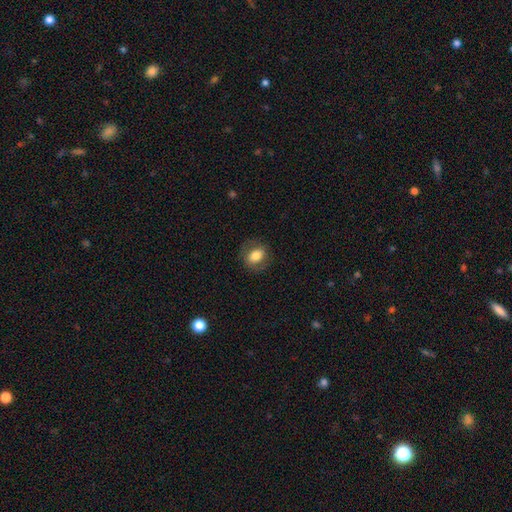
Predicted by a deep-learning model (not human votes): Overall: smooth (74%). How rounded: in between (57%; round 42%). Merging: none (80%).